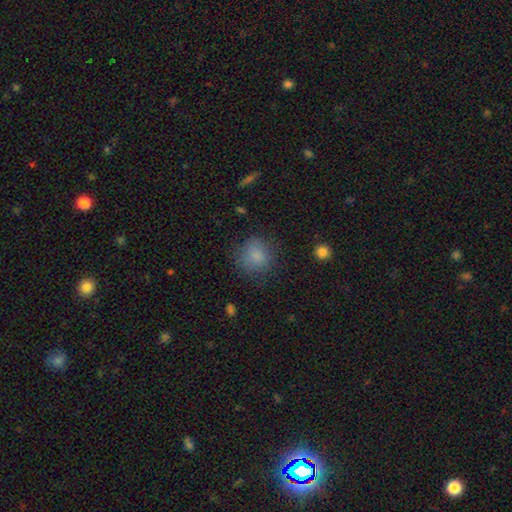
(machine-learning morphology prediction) Q: Smooth or featured?
A: smooth (83%); runner-up: star or artifact (11%)
Q: How rounded?
A: round (85%); runner-up: in between (14%)
Q: Merging?
A: none (76%); runner-up: minor disturbance (16%)